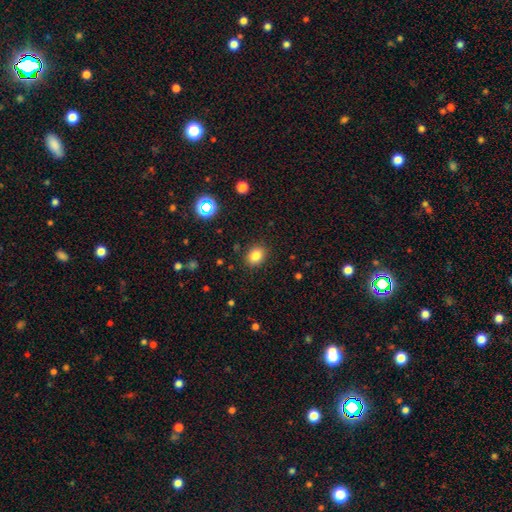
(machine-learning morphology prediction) Overall: smooth (82%). How rounded: round (55%; in between 44%). Merging: none (88%).